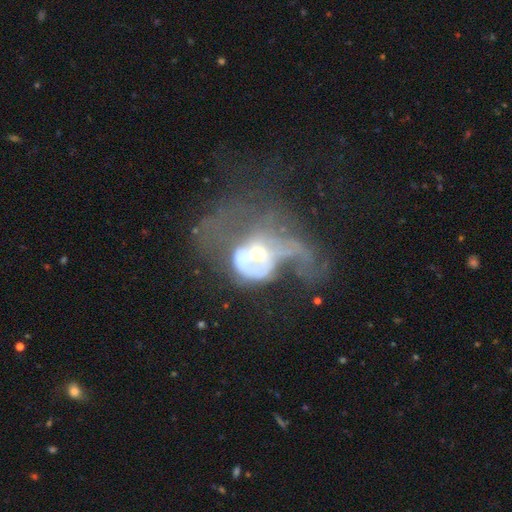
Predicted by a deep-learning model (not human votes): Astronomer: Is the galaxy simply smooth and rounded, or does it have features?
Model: featured or disk — 65%.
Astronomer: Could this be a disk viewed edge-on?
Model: no — 96%.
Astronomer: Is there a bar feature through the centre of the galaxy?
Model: no — 72%.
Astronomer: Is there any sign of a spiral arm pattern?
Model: no — 58% (runner-up: yes, 42%).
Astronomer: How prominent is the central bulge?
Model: moderate — 50% (runner-up: small, 36%).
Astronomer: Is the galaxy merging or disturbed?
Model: major disturbance — 53% (runner-up: merger, 29%).